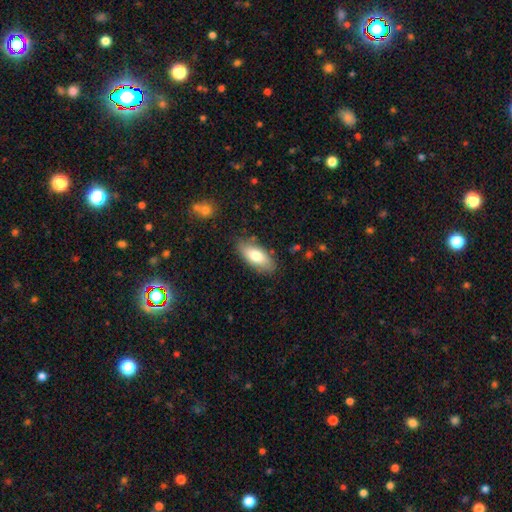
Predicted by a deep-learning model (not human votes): A smooth galaxy with no disk features (75%) that is in between round and cigar-shaped (83%). Merging: none (82%).